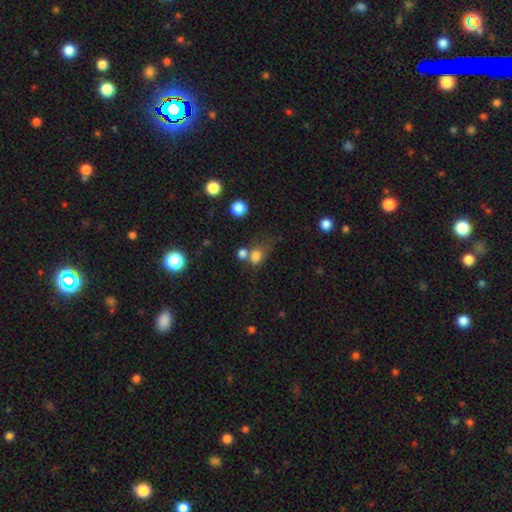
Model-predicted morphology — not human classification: This is likely a smooth galaxy (76%). How rounded: possibly in between (57%). Merging: marginally none (38%).